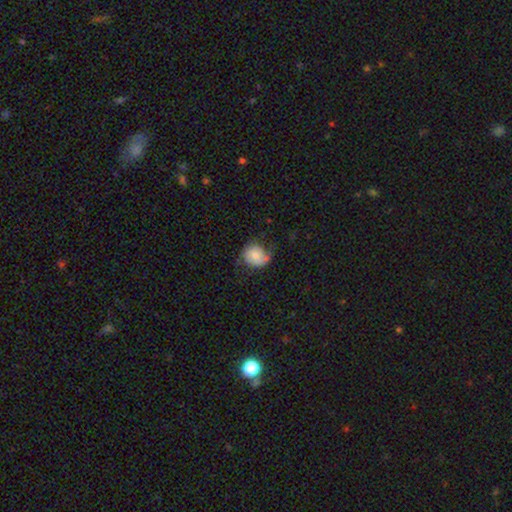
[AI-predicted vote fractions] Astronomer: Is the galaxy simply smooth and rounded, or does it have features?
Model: smooth — 66%.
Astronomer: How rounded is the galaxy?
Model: round — 68%.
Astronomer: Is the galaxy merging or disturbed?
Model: none — 50% (runner-up: minor disturbance, 33%).